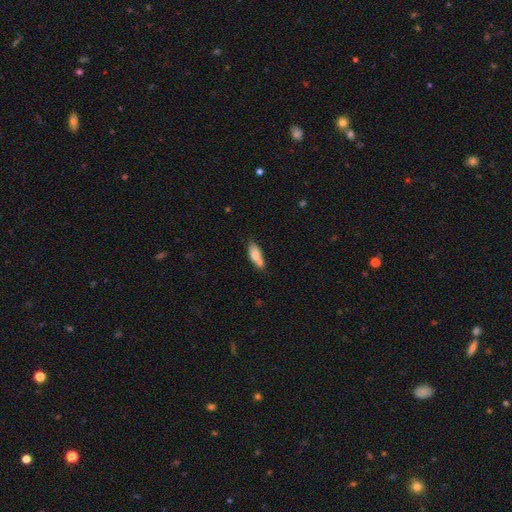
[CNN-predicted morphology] This appears to be a smooth galaxy with no disk features (73%) that is in between round and cigar-shaped (70%). Merging: none (43%).